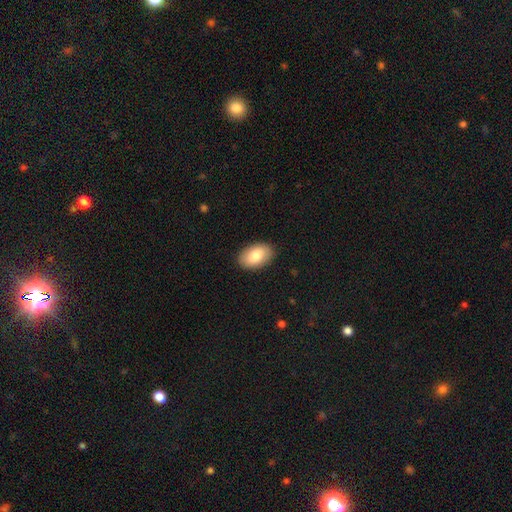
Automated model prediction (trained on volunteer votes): Smooth or featured? Predicted: smooth (p=0.82). How rounded? Predicted: in between (p=0.92). Merging? Predicted: none (p=0.89).